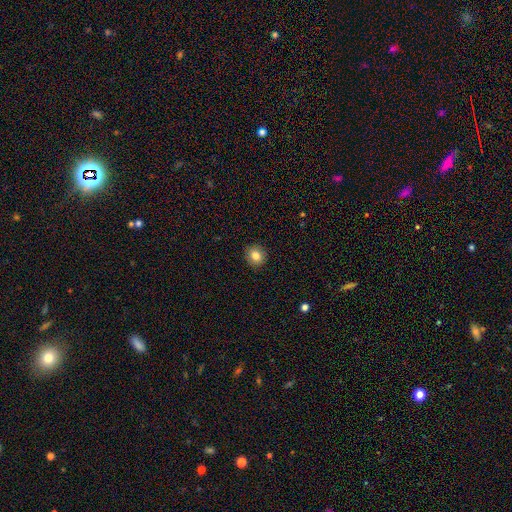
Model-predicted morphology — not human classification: smooth-or-featured: smooth: 83% | star or artifact: 10% | featured or disk: 7%
  how-rounded: round: 87% | in between: 12% | cigar-shaped: 1%
  merging: none: 91% | minor disturbance: 6% | major disturbance: 2% | merger: 1%